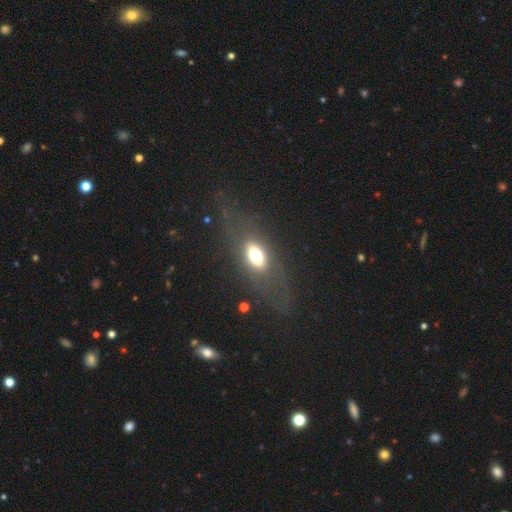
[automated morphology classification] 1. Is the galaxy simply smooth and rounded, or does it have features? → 55% smooth, 33% featured or disk, 12% star or artifact.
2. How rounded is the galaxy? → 79% in between, 11% cigar-shaped, 10% round.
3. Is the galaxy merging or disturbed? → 67% none, 17% major disturbance, 14% minor disturbance, 2% merger.